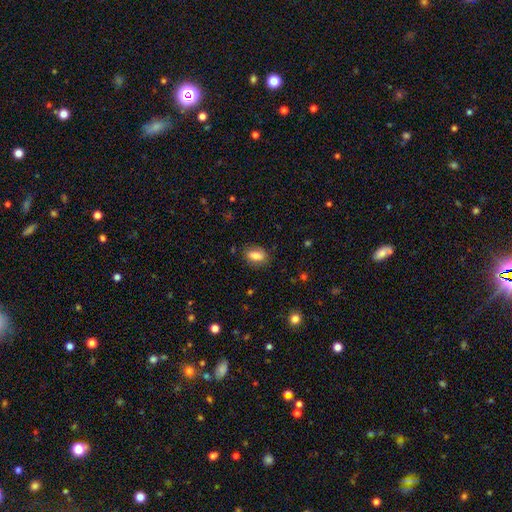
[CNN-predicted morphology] Q: Smooth or featured?
A: smooth (80%); runner-up: featured or disk (12%)
Q: How rounded?
A: in between (85%); runner-up: round (10%)
Q: Merging?
A: none (82%); runner-up: minor disturbance (13%)